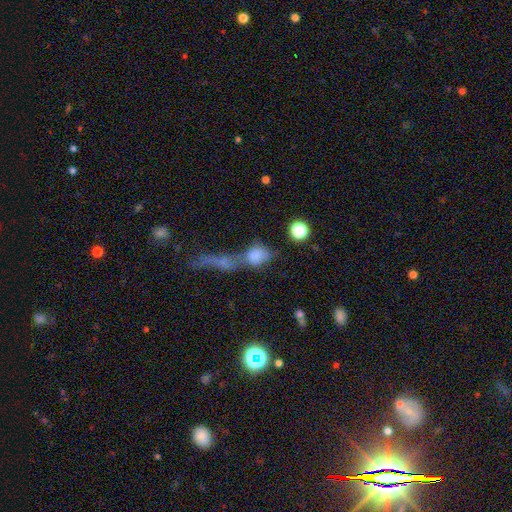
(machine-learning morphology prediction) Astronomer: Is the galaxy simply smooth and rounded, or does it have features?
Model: smooth — 71%.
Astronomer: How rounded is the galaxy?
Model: in between — 49% (runner-up: round, 44%).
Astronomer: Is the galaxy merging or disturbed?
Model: merger — 52%.